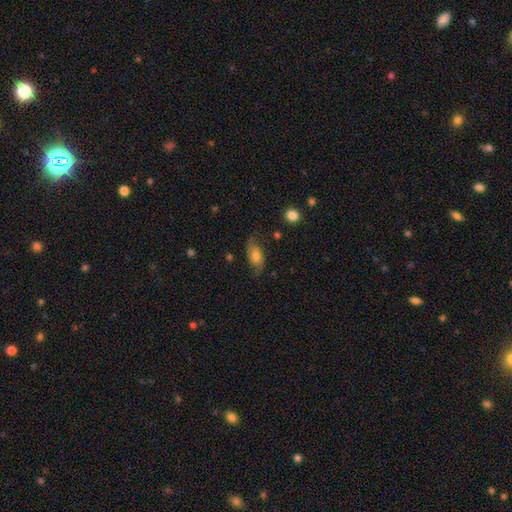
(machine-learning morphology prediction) This appears to be a featured or disk galaxy (48%). Merging: none (71%).